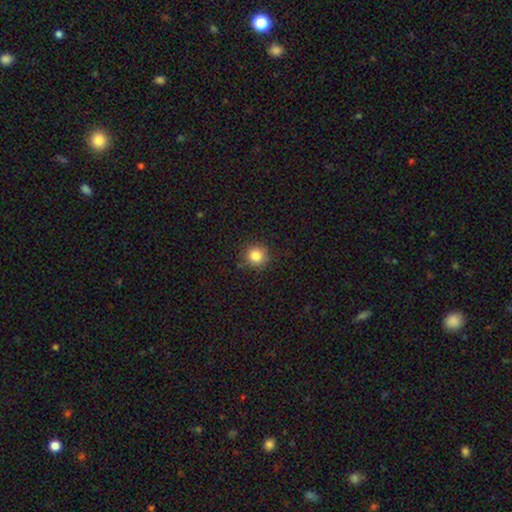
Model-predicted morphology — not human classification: Smooth or featured? smooth (84%)
How rounded? round (92%)
Merging? none (88%)